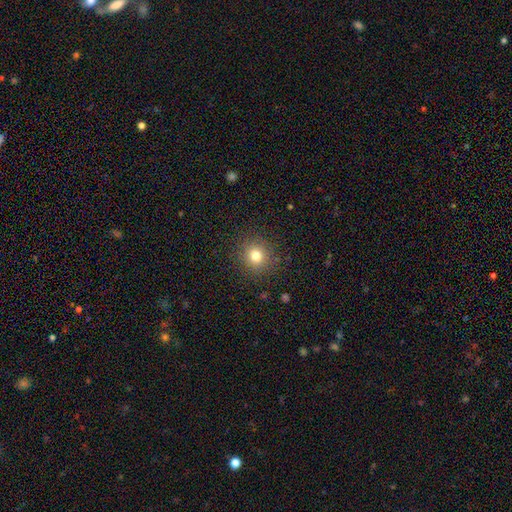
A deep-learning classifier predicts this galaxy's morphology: This is likely a smooth galaxy (78%). How rounded: clearly round (92%). Merging: clearly none (89%).